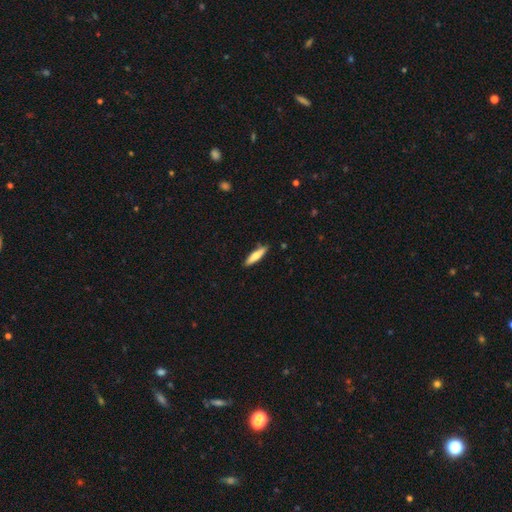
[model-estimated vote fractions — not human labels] This is likely a smooth galaxy (74%). How rounded: likely cigar-shaped (79%). Merging: clearly none (85%).